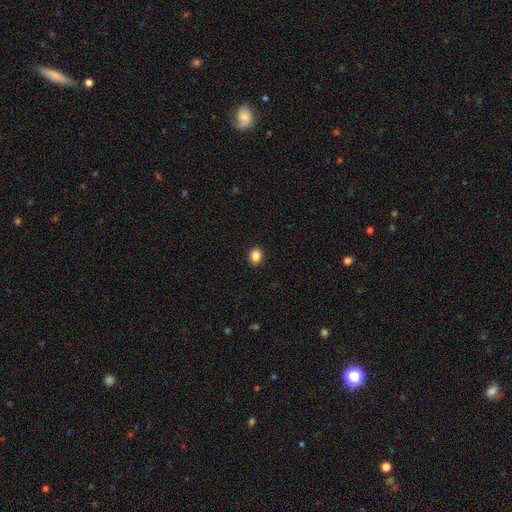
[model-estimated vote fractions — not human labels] A smooth galaxy with no disk features (87%) that is in between round and cigar-shaped (57%). Merging: none (91%).